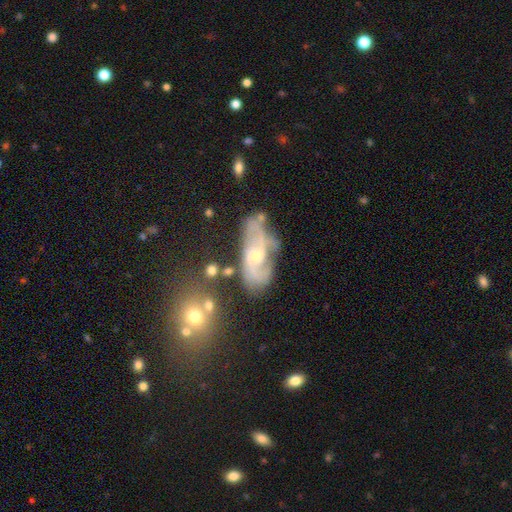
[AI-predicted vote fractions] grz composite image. It shows a featured or disk galaxy (75%) with no bar (62%), 2 (46%) medium (44%) spiral arms (83%) and a moderate central bulge (47%, tied with small). Merging: none (47%).